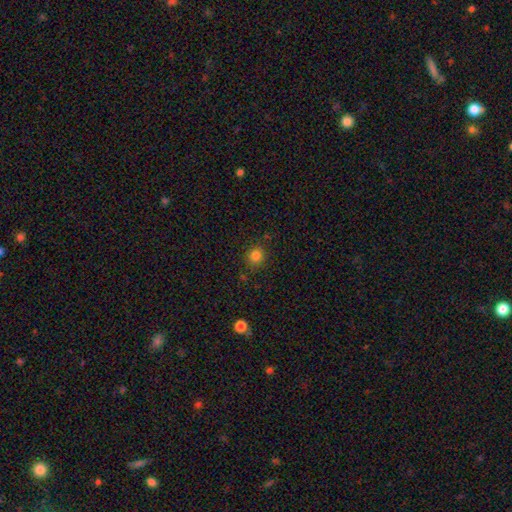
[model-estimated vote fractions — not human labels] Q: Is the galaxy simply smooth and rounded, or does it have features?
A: smooth — 82%.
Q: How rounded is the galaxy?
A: round — 87%.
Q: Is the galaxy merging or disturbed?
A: none — 86%.